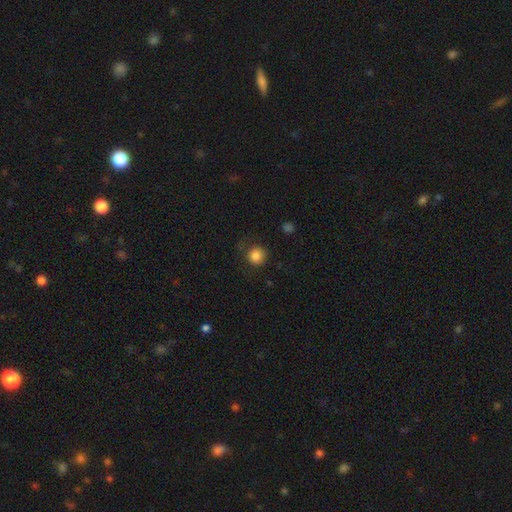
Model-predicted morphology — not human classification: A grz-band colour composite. It shows a smooth galaxy with no disk features (84%) that is round (93%). Merging: none (78%).